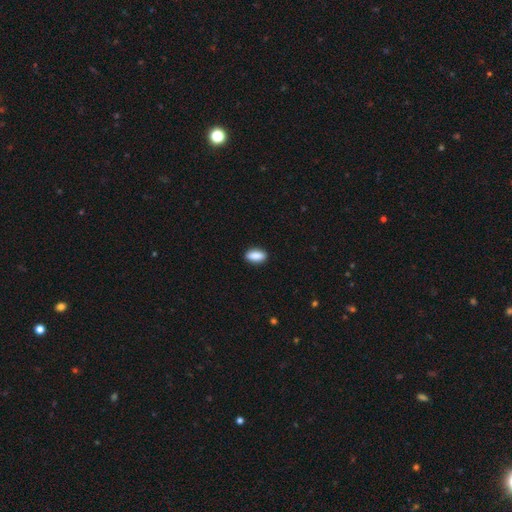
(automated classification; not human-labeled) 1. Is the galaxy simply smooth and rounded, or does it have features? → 89% smooth, 6% star or artifact, 5% featured or disk.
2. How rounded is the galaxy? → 86% in between, 11% cigar-shaped, 3% round.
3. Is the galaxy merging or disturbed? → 89% none, 8% minor disturbance, 2% major disturbance, 1% merger.